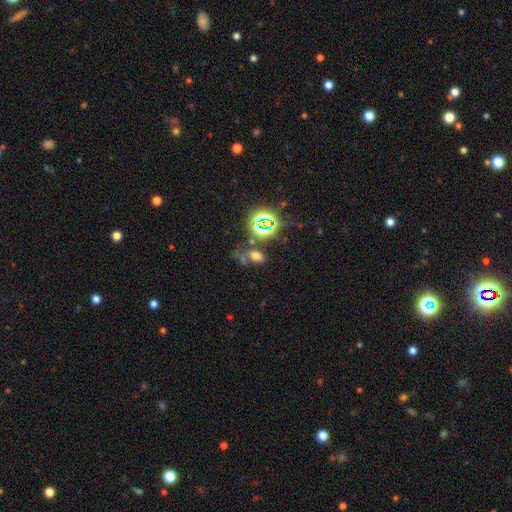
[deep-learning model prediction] Overall: smooth (53%; star or artifact 37%). How rounded: in between (81%). Merging: none (56%; minor disturbance 17%).